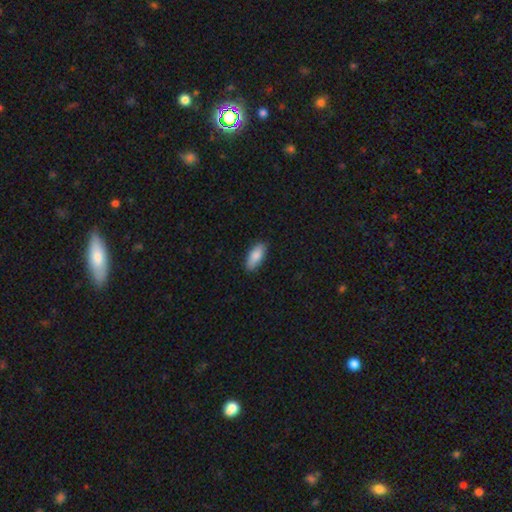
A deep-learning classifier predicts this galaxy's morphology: A smooth galaxy with no disk features (86%) that is in between round and cigar-shaped (83%).

Vote fractions:
- Smooth or featured? smooth: 86% / featured or disk: 8% / star or artifact: 6%
- How rounded? in between: 83% / cigar-shaped: 15% / round: 2%
- Merging? none: 86% / minor disturbance: 11% / major disturbance: 2% / merger: 1%